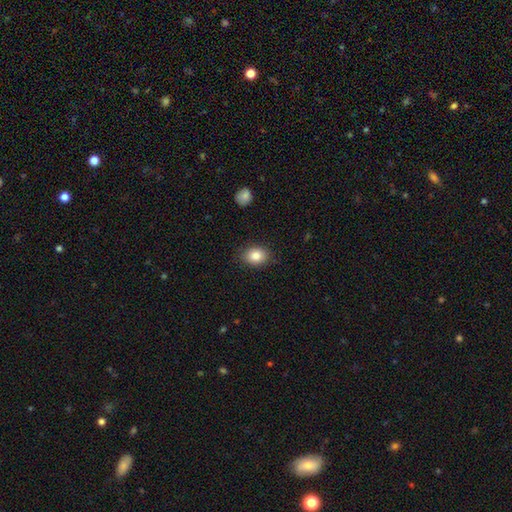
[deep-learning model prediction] Smooth or featured: smooth — 85% (star or artifact — 8%)
How rounded: in between — 62% (round — 37%)
Merging: none — 85% (minor disturbance — 11%)